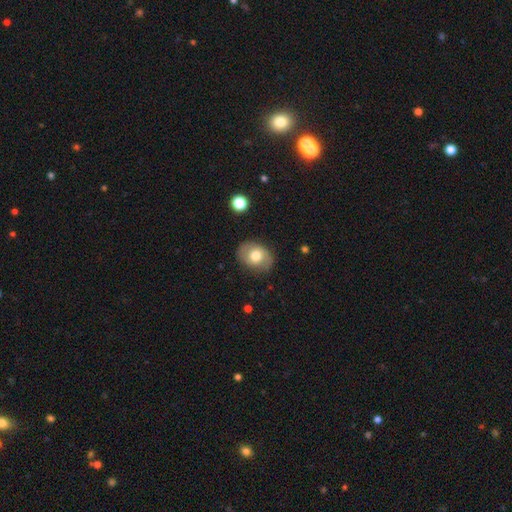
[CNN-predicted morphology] A smooth galaxy with no disk features (63%) that is in between round and cigar-shaped (62%). Merging: none (79%).